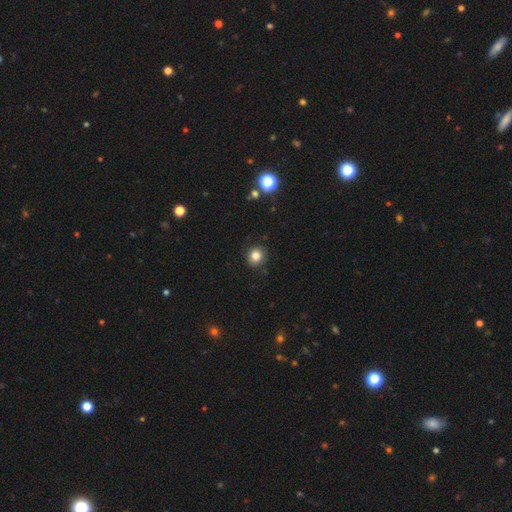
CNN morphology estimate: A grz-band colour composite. It shows a smooth galaxy with no disk features (82%) that is round (84%). Merging: none (89%).